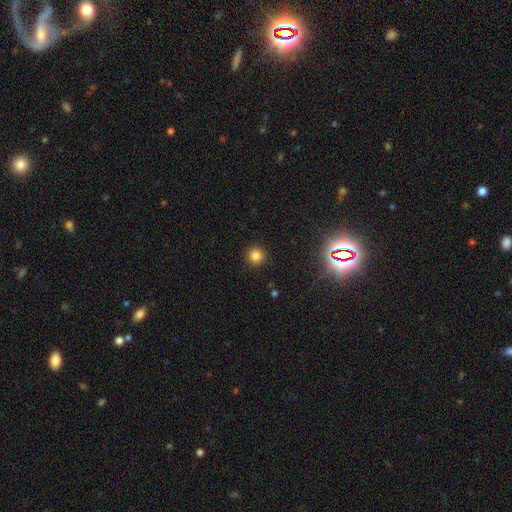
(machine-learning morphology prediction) Q: Smooth or featured?
A: smooth (82%); runner-up: star or artifact (14%)
Q: How rounded?
A: round (95%); runner-up: in between (4%)
Q: Merging?
A: none (92%); runner-up: minor disturbance (5%)